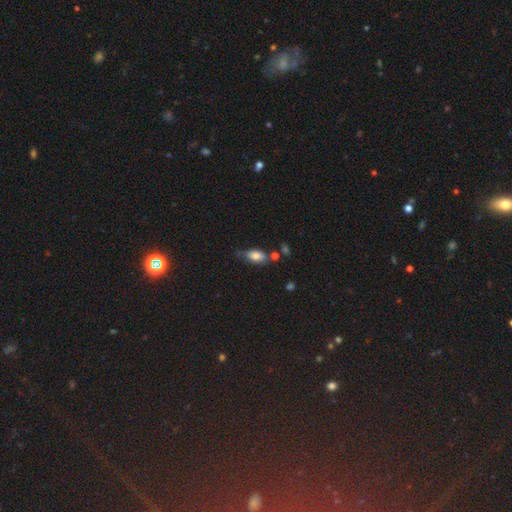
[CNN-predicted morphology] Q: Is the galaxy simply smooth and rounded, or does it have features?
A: smooth — 79%.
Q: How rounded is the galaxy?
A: in between — 88%.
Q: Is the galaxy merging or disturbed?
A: none — 60%.